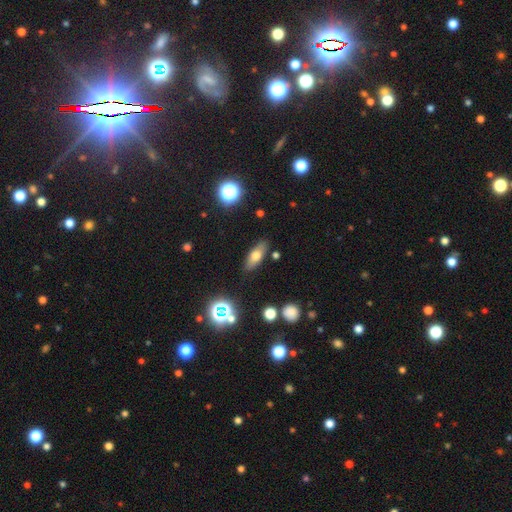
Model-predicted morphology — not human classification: A smooth galaxy with no disk features (66%) that is in between round and cigar-shaped (69%).

Vote fractions:
- Smooth or featured? smooth: 66% / featured or disk: 24% / star or artifact: 11%
- How rounded? in between: 69% / cigar-shaped: 26% / round: 5%
- Merging? none: 85% / minor disturbance: 10% / major disturbance: 3% / merger: 2%